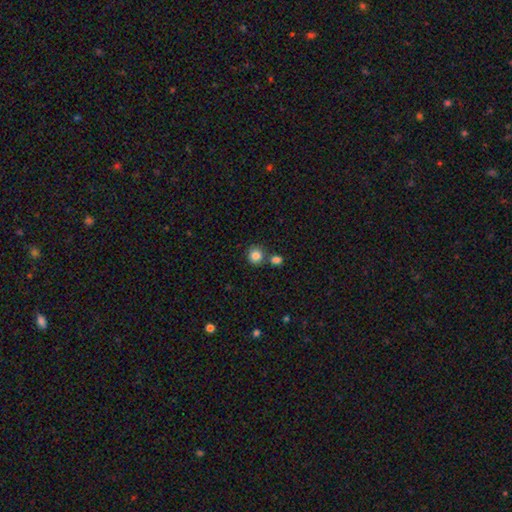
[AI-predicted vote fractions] Smooth or featured? Predicted: smooth (p=0.85). How rounded? Predicted: round (p=0.89). Merging? Predicted: none (p=0.70).